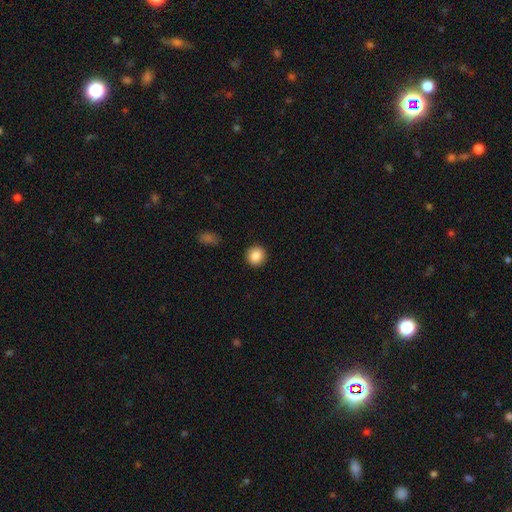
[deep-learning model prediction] This appears to be a smooth galaxy with no disk features (87%) that is round (91%). Merging: none (92%).